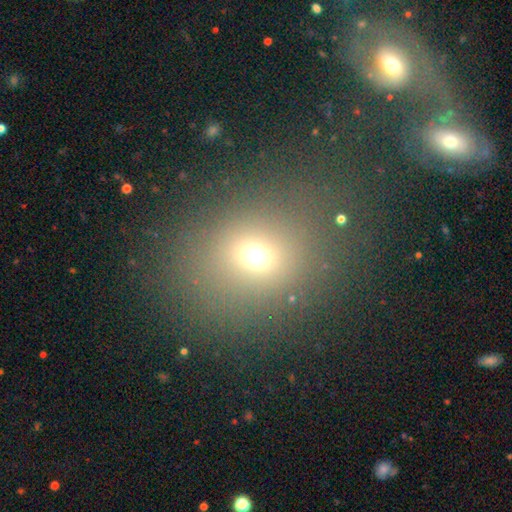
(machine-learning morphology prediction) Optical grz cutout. It shows a smooth galaxy with no disk features (68%) that is round (61%). Merging: none (77%).